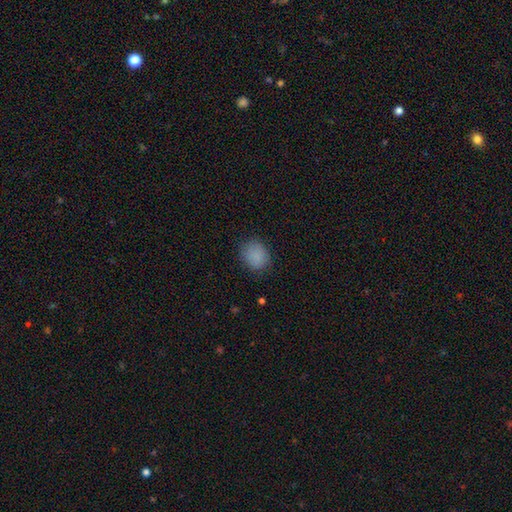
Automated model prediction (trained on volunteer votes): This is clearly a smooth galaxy (86%). How rounded: possibly round (60%). Merging: clearly none (80%).